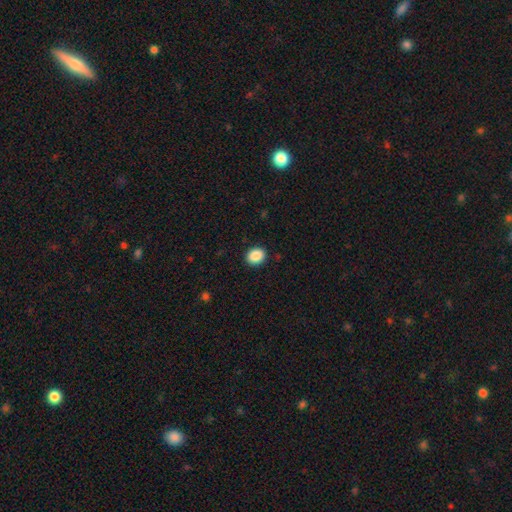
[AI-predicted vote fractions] smooth 89%, star or artifact 8%, featured or disk 3%. Down the decision tree: how rounded — round (51%); merging — none (91%).